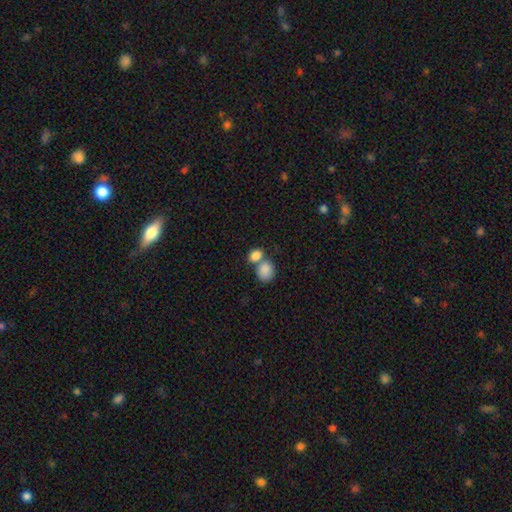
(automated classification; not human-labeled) smooth 85%, star or artifact 8%, featured or disk 7%. Down the decision tree: how rounded — in between (54%); merging — merger (55%).